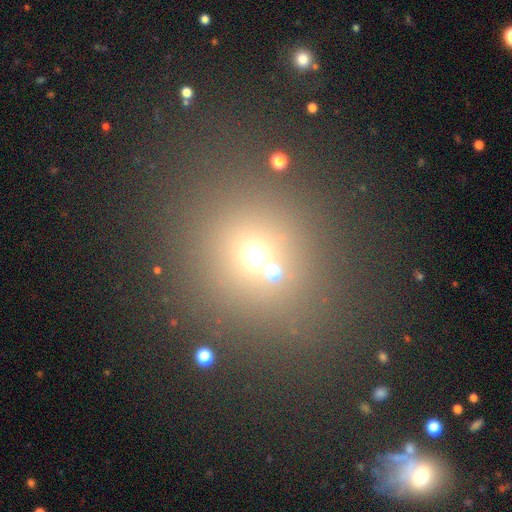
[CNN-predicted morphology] smooth_or_featured: smooth (p=0.56) [alt: star or artifact p=0.33]
how_rounded: round (p=0.83) [alt: in between p=0.16]
merging: none (p=0.70) [alt: merger p=0.17]